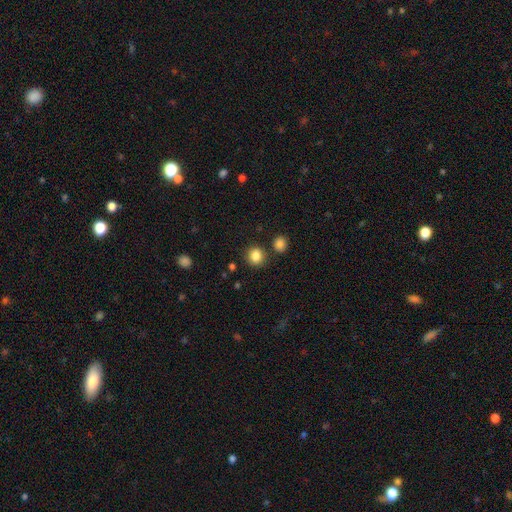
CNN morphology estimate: Q: Smooth or featured?
A: smooth (85%); runner-up: star or artifact (11%)
Q: How rounded?
A: round (85%); runner-up: in between (14%)
Q: Merging?
A: none (83%); runner-up: minor disturbance (8%)